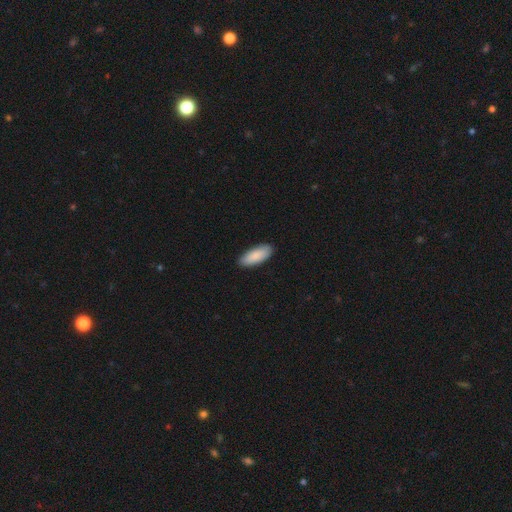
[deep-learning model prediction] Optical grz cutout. It shows a smooth galaxy with no disk features (89%) that is in between round and cigar-shaped (79%). Merging: none (89%).